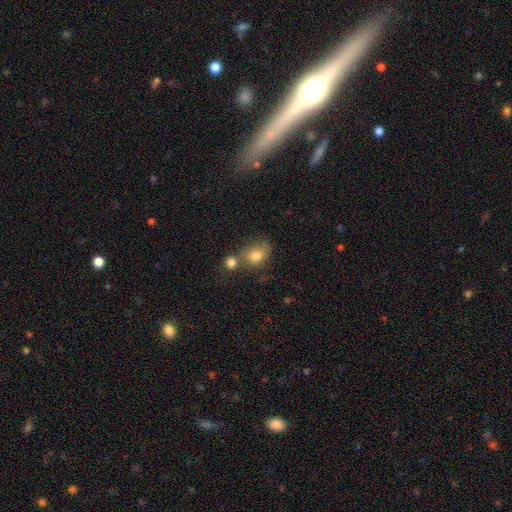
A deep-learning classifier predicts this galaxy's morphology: Overall: smooth (78%). How rounded: in between (58%; round 40%). Merging: none (46%; merger 30%).